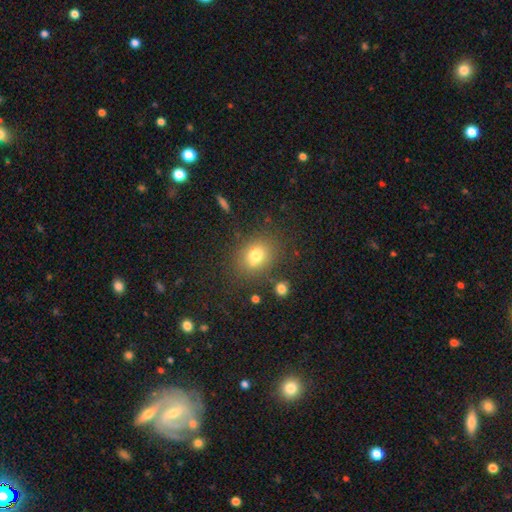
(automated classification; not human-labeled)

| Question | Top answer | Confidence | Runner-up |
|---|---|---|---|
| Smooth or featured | smooth | 75% | star or artifact (14%) |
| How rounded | round | 52% | in between (47%) |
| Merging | none | 75% | minor disturbance (13%) |